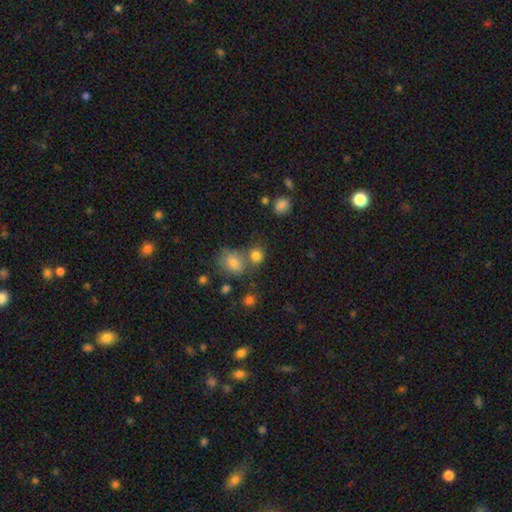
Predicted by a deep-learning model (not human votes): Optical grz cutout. It shows a smooth galaxy with no disk features (81%) that is round (77%). Merging: none (56%).